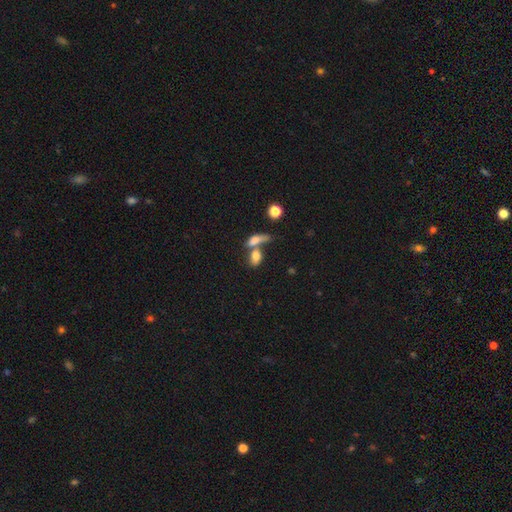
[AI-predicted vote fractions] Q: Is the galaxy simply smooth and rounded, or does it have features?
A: smooth — 75%.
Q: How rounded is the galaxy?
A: in between — 78%.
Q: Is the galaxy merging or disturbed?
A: merger — 55%.